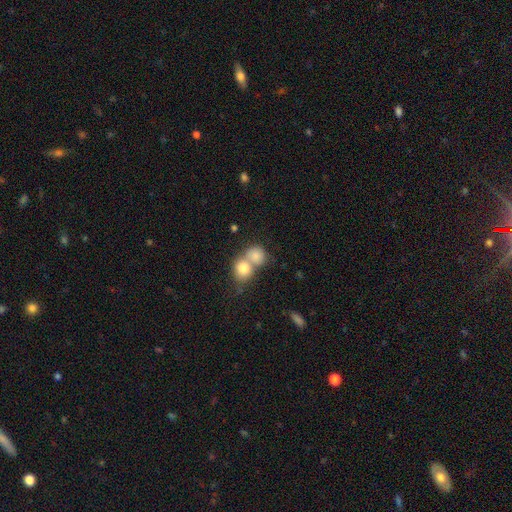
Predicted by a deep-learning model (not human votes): This is clearly a smooth galaxy (80%). How rounded: likely round (73%). Merging: likely merger (64%).